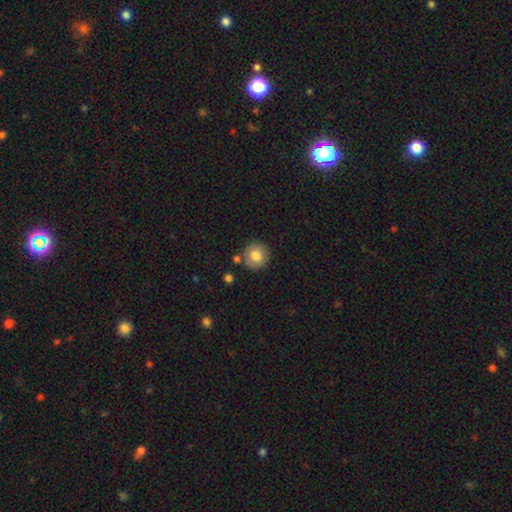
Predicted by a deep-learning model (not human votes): smooth 78%, featured or disk 13%, star or artifact 9%. Down the decision tree: how rounded — round (91%); merging — none (82%).